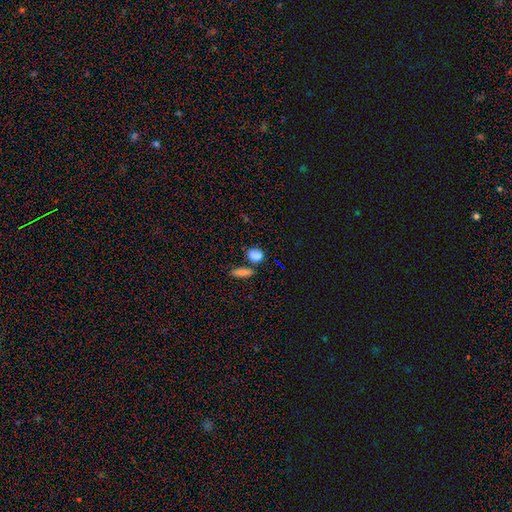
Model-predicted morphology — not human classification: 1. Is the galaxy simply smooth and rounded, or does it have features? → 80% smooth, 13% star or artifact, 6% featured or disk.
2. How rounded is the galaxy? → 56% in between, 36% round, 8% cigar-shaped.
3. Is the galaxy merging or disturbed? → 62% none, 20% merger, 13% minor disturbance, 5% major disturbance.